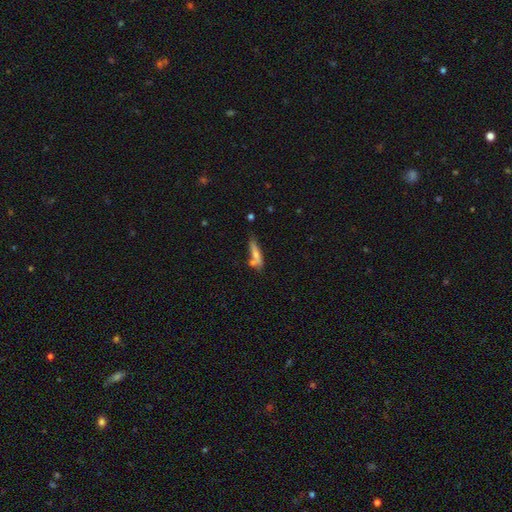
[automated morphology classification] Smooth or featured?
  - smooth: 57% *
  - featured or disk: 35%
  - star or artifact: 8%
How rounded?
  - cigar-shaped: 74% *
  - in between: 23%
  - round: 2%
Merging?
  - none: 47% *
  - merger: 24%
  - minor disturbance: 21%
  - major disturbance: 9%